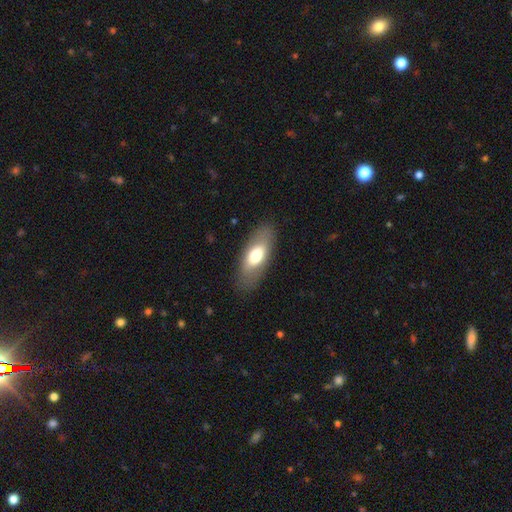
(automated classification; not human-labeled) Smooth or featured? Predicted: smooth (p=0.66). How rounded? Predicted: in between (p=0.81). Merging? Predicted: none (p=0.84).